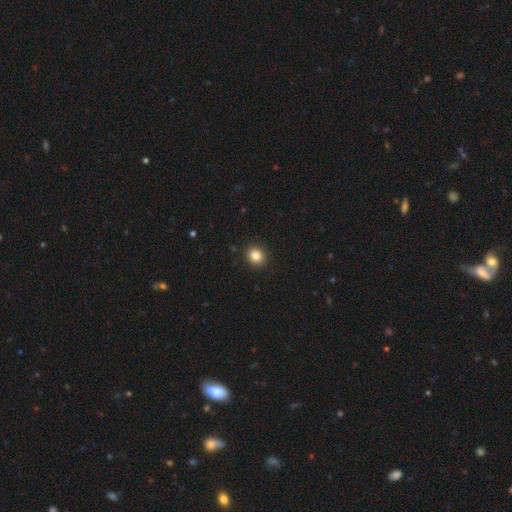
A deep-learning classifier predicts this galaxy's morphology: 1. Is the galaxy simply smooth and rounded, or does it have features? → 85% smooth, 11% star or artifact, 5% featured or disk.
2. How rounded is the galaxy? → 79% round, 20% in between, 1% cigar-shaped.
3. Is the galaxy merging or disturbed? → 92% none, 6% minor disturbance, 2% major disturbance, 1% merger.